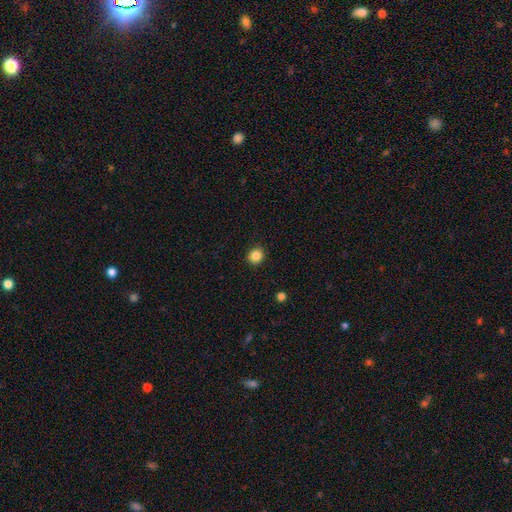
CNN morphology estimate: A smooth galaxy with no disk features (85%) that is round (84%). Merging: none (91%).